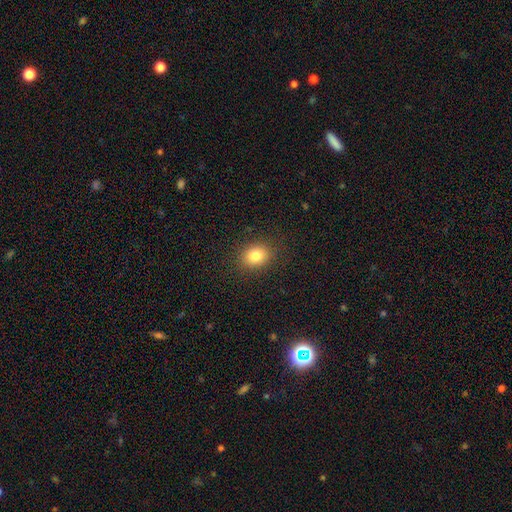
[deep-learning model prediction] This is clearly a smooth galaxy (82%). How rounded: possibly in between (52%). Merging: clearly none (88%).